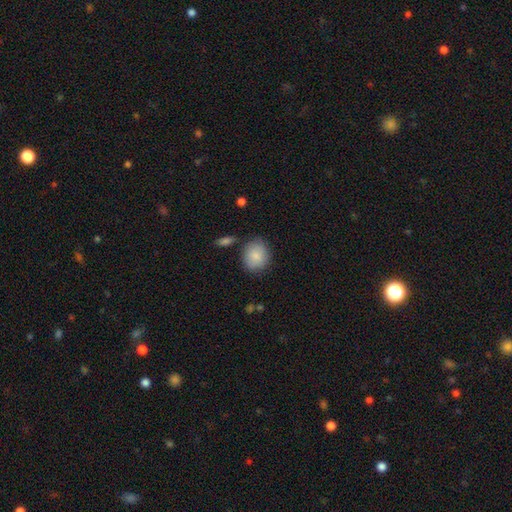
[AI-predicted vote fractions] This appears to be a smooth galaxy with no disk features (86%) that is round (64%). Merging: none (76%).